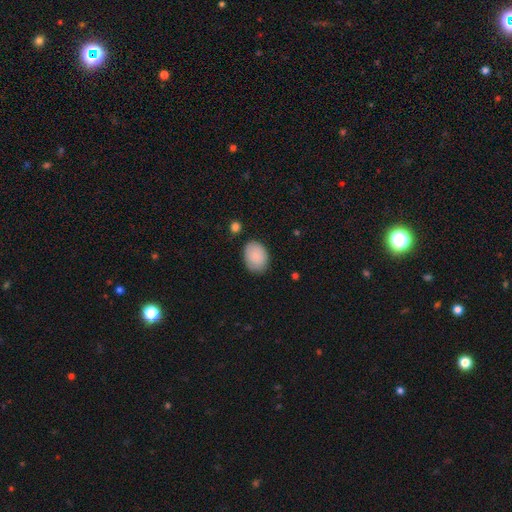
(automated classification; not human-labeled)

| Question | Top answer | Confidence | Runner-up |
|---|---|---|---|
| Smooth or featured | smooth | 88% | star or artifact (6%) |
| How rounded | in between | 72% | round (27%) |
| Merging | none | 79% | minor disturbance (15%) |